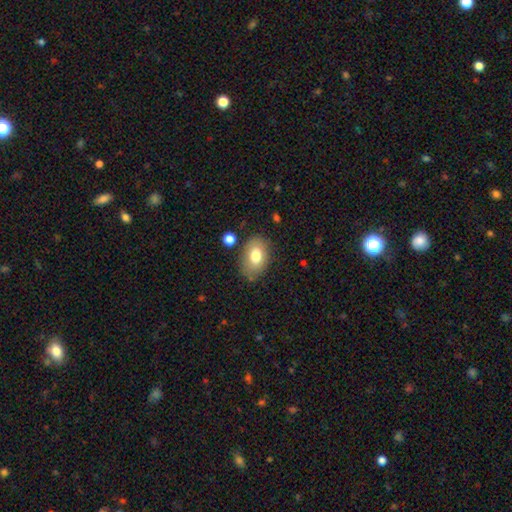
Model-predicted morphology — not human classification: Overall: smooth (76%). How rounded: in between (85%). Merging: none (79%).